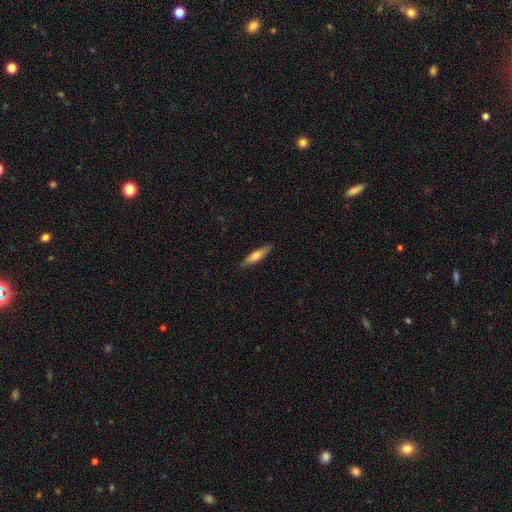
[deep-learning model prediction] The model was most divided on "smooth or featured": smooth: 65%, featured or disk: 29%, star or artifact: 6%. More confident: merging — none (86%); how rounded — cigar-shaped (80%).